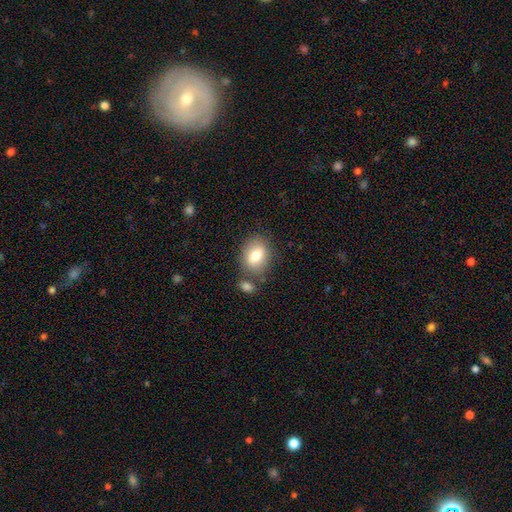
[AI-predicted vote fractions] smooth_or_featured: smooth (p=0.79) [alt: featured or disk p=0.13]
how_rounded: in between (p=0.71) [alt: round p=0.27]
merging: none (p=0.68) [alt: minor disturbance p=0.14]